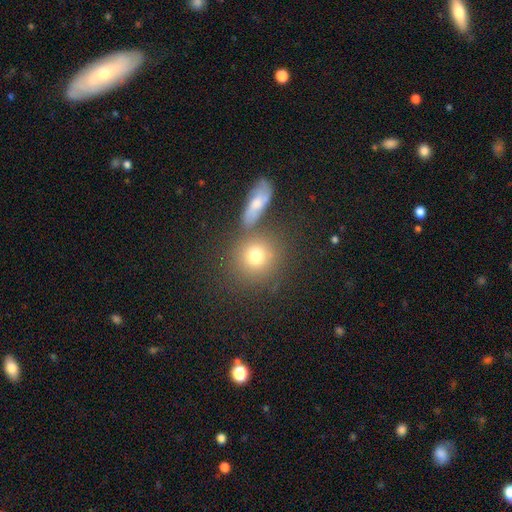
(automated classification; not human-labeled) This is likely a smooth galaxy (75%). How rounded: clearly round (84%). Merging: likely none (66%).